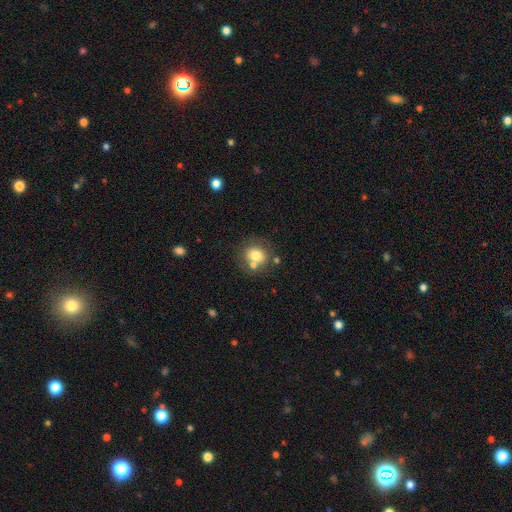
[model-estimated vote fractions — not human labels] smooth_or_featured: smooth (p=0.71) [alt: featured or disk p=0.18]
how_rounded: round (p=0.73) [alt: in between p=0.26]
merging: none (p=0.55) [alt: merger p=0.25]